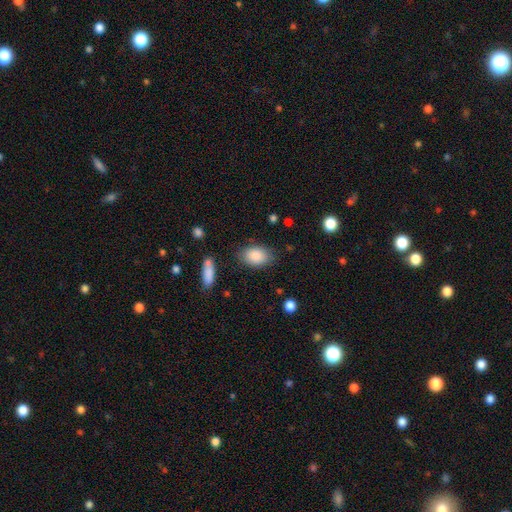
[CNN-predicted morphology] smooth_or_featured: smooth (p=0.86) [alt: star or artifact p=0.07]
how_rounded: in between (p=0.86) [alt: round p=0.12]
merging: none (p=0.79) [alt: minor disturbance p=0.14]